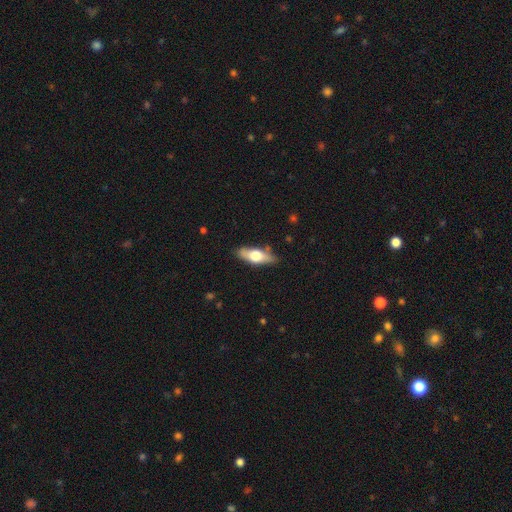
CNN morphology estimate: A smooth galaxy with no disk features (52%) that is in between round and cigar-shaped (60%). Merging: none (82%).